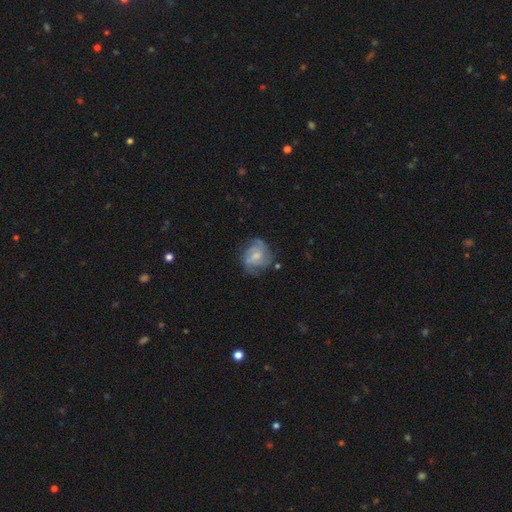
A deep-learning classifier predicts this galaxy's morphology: A featured or disk galaxy (61%) with no bar (59%), spiral arms (80%) and a small central bulge (45%).

Vote fractions:
- Smooth or featured? featured or disk: 61% / smooth: 31% / star or artifact: 7%
- Edge-on disk? no: 98% / yes: 2%
- Bar? no: 59% / weak: 36% / strong: 5%
- Spiral arms? yes: 80% / no: 20%
- Bulge size? small: 45% / moderate: 41% / none: 10% / large: 3% / dominant: 1%
- Merging? none: 57% / minor disturbance: 26% / major disturbance: 14% / merger: 3%